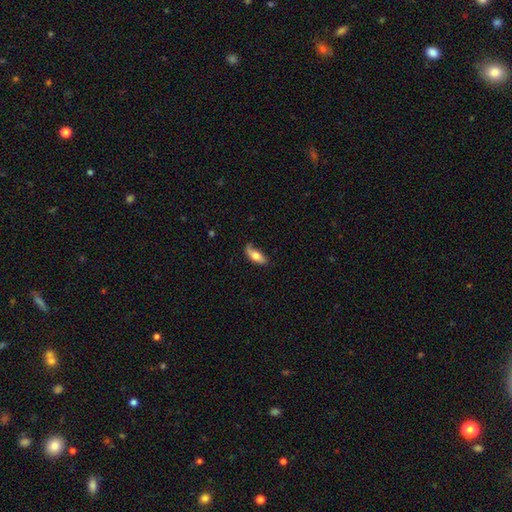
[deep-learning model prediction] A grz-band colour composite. It shows a smooth galaxy with no disk features (73%) that is in between round and cigar-shaped (77%). Merging: none (61%).